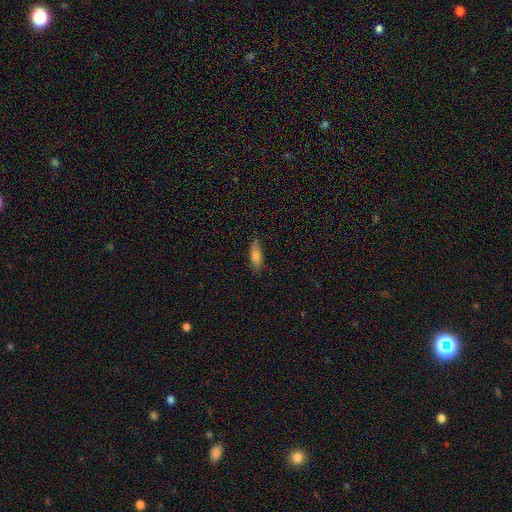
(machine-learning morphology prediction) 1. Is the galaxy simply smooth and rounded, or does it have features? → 79% smooth, 14% featured or disk, 7% star or artifact.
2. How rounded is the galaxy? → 56% in between, 42% cigar-shaped, 2% round.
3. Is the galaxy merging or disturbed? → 85% none, 12% minor disturbance, 2% major disturbance, 1% merger.